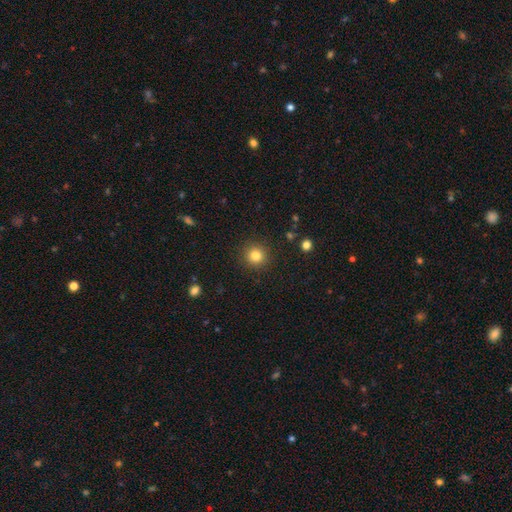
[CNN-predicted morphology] A smooth galaxy with no disk features (82%) that is round (94%). Merging: none (91%).